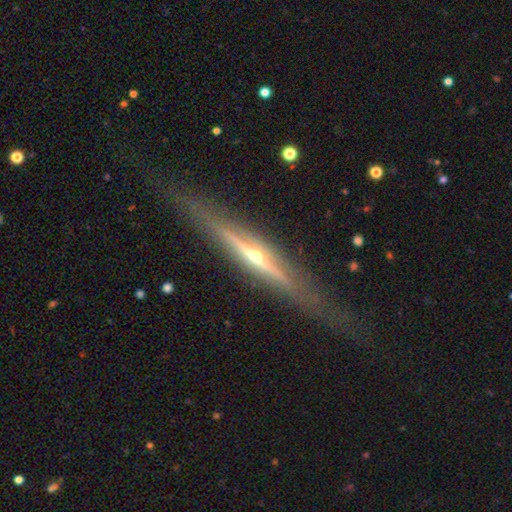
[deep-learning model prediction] A featured or disk galaxy (83%) viewed edge-on (96%) with a rounded central bulge (84%).

Vote fractions:
- Smooth or featured? featured or disk: 83% / smooth: 11% / star or artifact: 6%
- Edge-on disk? yes: 96% / no: 4%
- Edge-on bulge? rounded: 84% / none: 11% / boxy: 5%
- Merging? none: 78% / minor disturbance: 15% / major disturbance: 6% / merger: 2%